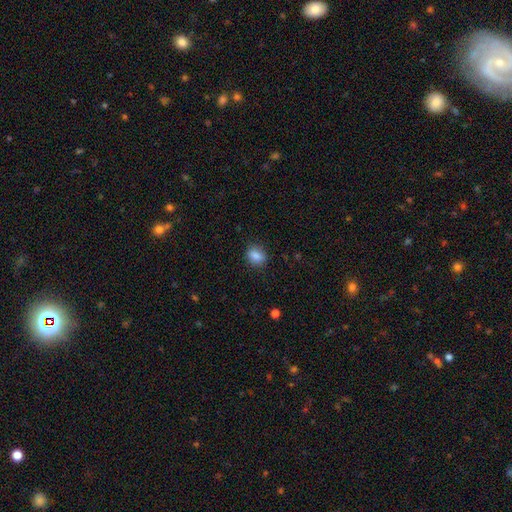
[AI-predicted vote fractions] Overall: smooth (86%). How rounded: in between (51%; round 47%). Merging: none (84%).